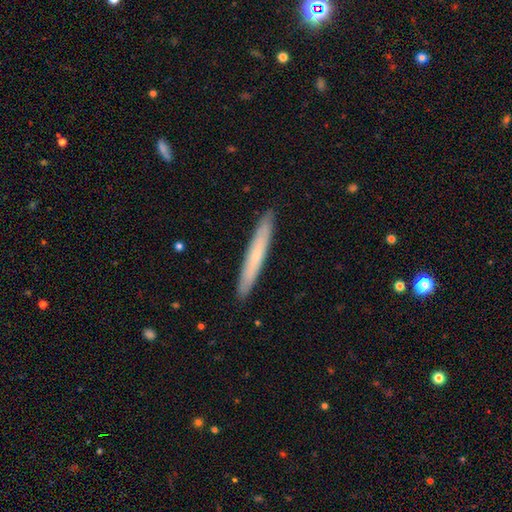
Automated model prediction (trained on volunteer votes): This is possibly a smooth galaxy (57%). How rounded: clearly cigar-shaped (96%). Merging: clearly none (91%).